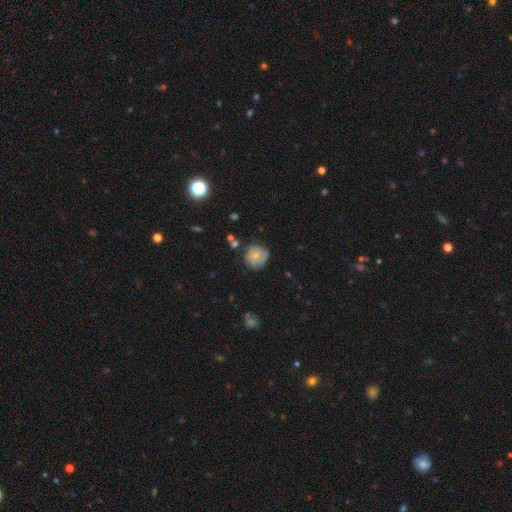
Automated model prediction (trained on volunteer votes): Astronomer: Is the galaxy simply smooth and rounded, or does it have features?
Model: smooth — 67%.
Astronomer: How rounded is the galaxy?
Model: round — 87%.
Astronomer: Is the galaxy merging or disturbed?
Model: none — 68%.